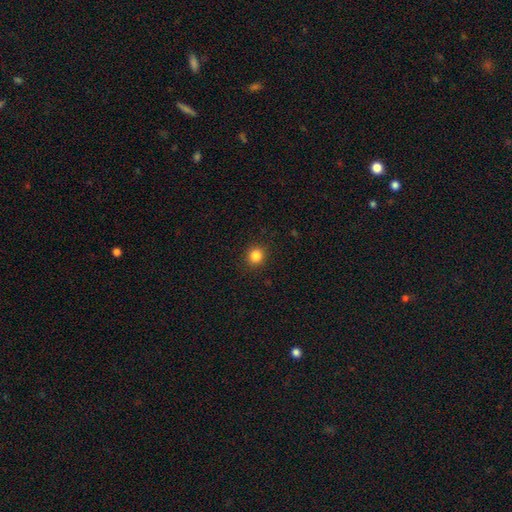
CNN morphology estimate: smooth_or_featured: smooth (p=0.84) [alt: star or artifact p=0.12]
how_rounded: round (p=0.85) [alt: in between p=0.14]
merging: none (p=0.91) [alt: minor disturbance p=0.06]